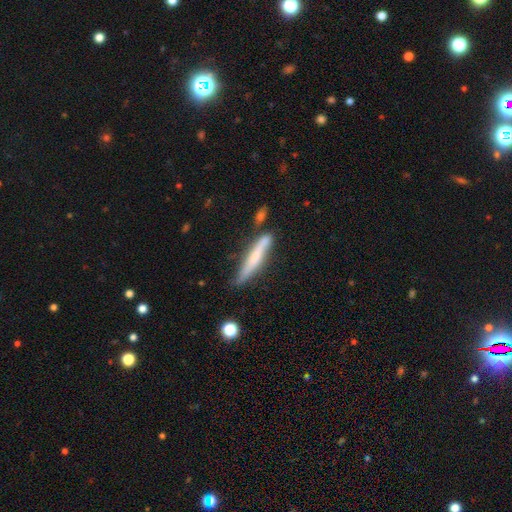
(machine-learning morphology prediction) This appears to be a smooth galaxy with no disk features (51%) that is cigar-shaped (92%). Merging: none (63%).